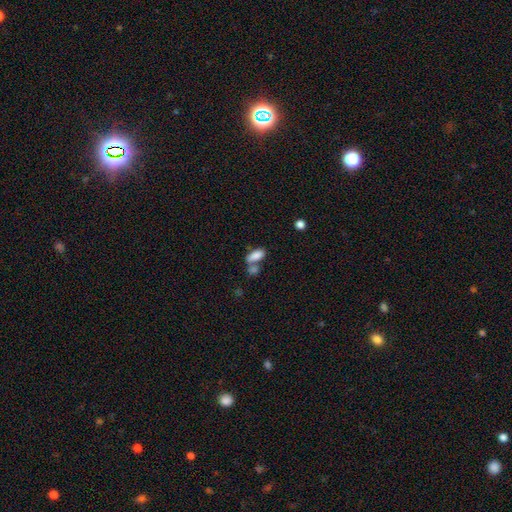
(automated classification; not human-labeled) Smooth or featured? smooth (82%)
How rounded? in between (84%)
Merging? merger (44%)